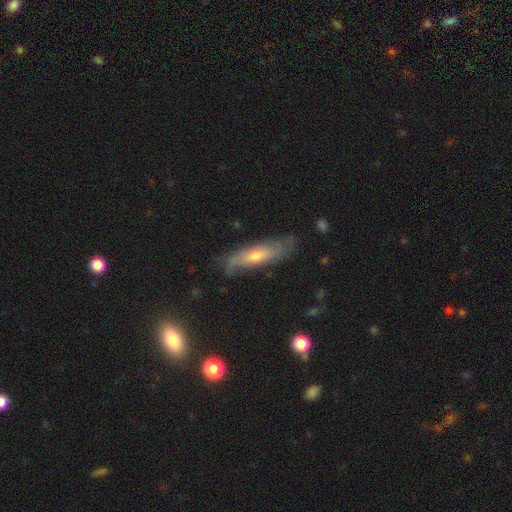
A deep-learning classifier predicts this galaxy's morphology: This is possibly a featured or disk galaxy (57%). It is likely not viewed edge-on (61%). Merging: likely none (68%).